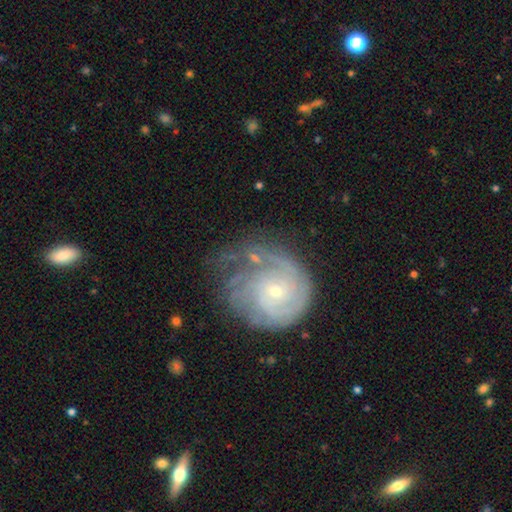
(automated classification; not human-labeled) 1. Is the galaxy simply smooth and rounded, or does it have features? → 79% featured or disk, 13% smooth, 7% star or artifact.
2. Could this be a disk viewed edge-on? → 98% no, 2% yes.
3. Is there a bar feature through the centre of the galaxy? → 77% no, 20% weak, 3% strong.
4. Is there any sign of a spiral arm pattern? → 92% yes, 8% no.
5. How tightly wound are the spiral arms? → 70% tight, 23% medium, 7% loose.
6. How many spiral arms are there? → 39% can't tell, 18% 2, 18% 3, 10% 4, 8% 1, 7% more than 4.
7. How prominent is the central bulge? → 76% small, 20% moderate, 1% none, 1% large, 1% dominant.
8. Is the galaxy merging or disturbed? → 49% none, 26% minor disturbance, 21% major disturbance, 4% merger.